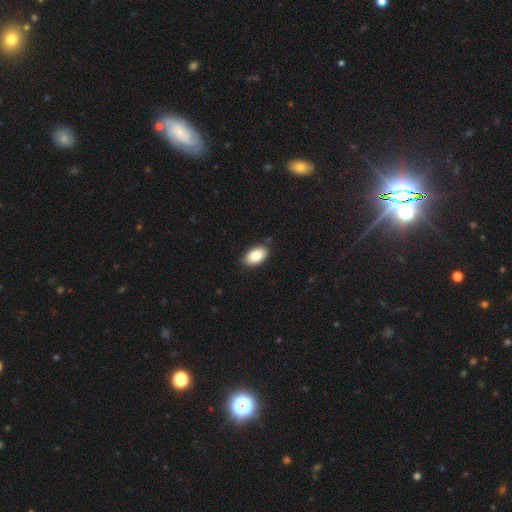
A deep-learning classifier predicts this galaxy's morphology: Smooth or featured?
  - smooth: 84% *
  - featured or disk: 9%
  - star or artifact: 7%
How rounded?
  - in between: 93% *
  - round: 5%
  - cigar-shaped: 2%
Merging?
  - none: 84% *
  - minor disturbance: 13%
  - major disturbance: 2%
  - merger: 2%